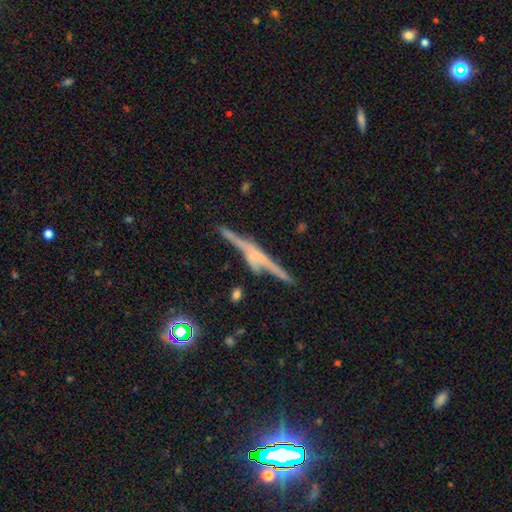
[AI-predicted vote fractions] This appears to be a featured or disk galaxy (73%) viewed edge-on (95%) with a rounded central bulge (36%). Merging: none (67%).